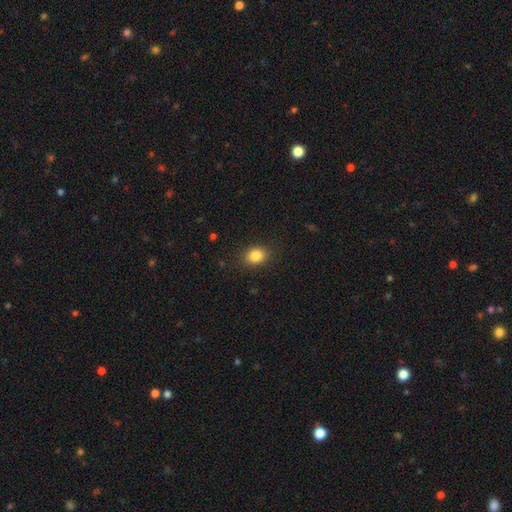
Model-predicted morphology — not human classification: This is clearly a smooth galaxy (85%). How rounded: possibly in between (56%). Merging: clearly none (87%).